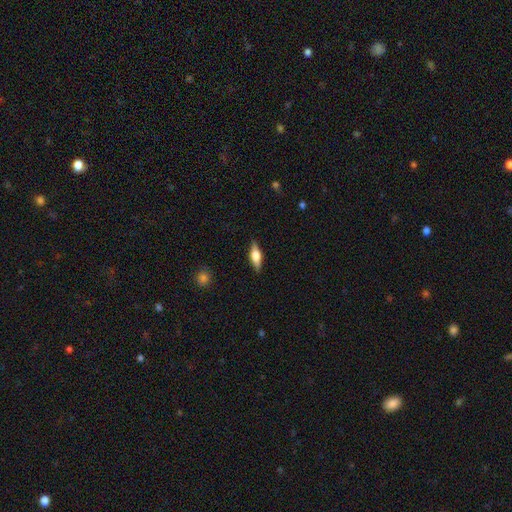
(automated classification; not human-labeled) A featured or disk galaxy (54%) viewed edge-on (95%) with a rounded central bulge (89%). Merging: none (88%).